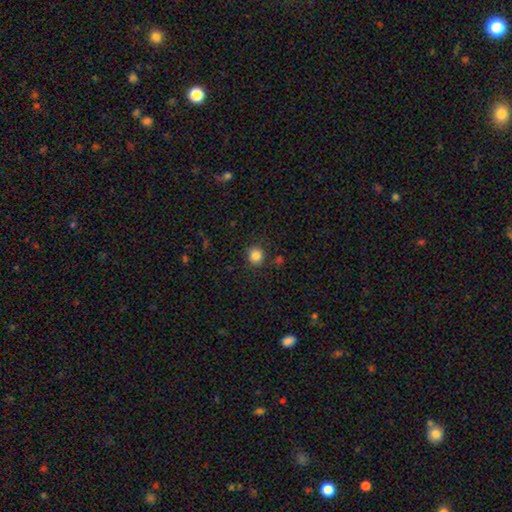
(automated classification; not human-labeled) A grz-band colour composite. It shows a smooth galaxy with no disk features (84%) that is round (89%). Merging: none (87%).